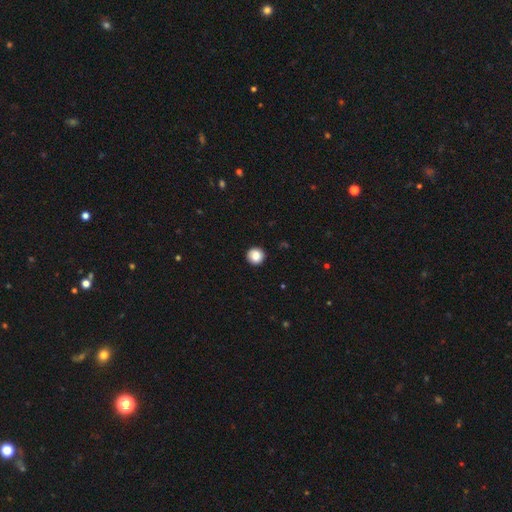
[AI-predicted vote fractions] Smooth or featured? smooth (87%)
How rounded? round (95%)
Merging? none (93%)